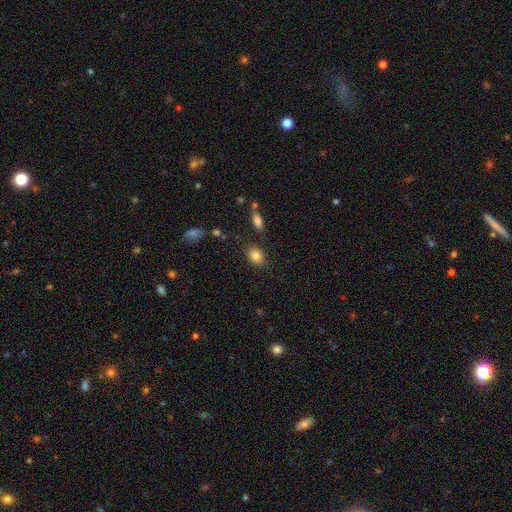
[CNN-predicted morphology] Smooth or featured? smooth (84%)
How rounded? in between (61%)
Merging? none (82%)